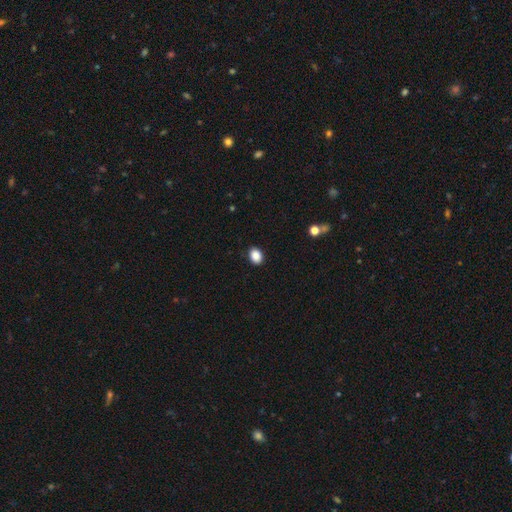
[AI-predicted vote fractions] Q: Smooth or featured?
A: smooth (89%); runner-up: star or artifact (8%)
Q: How rounded?
A: in between (70%); runner-up: round (29%)
Q: Merging?
A: none (90%); runner-up: minor disturbance (7%)